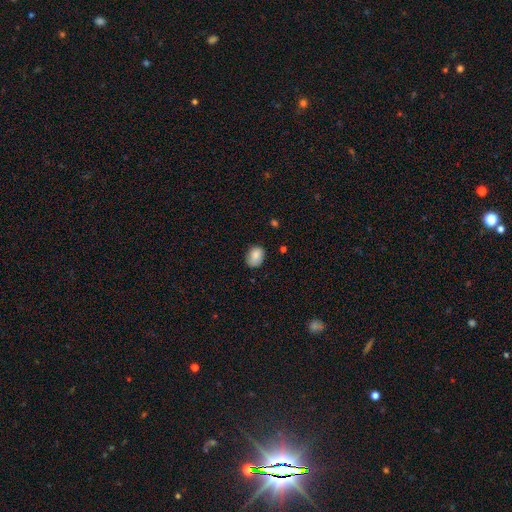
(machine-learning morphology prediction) Smooth or featured?
  - smooth: 85% *
  - star or artifact: 8%
  - featured or disk: 7%
How rounded?
  - in between: 64% *
  - round: 35%
  - cigar-shaped: 1%
Merging?
  - none: 71% *
  - minor disturbance: 23%
  - major disturbance: 4%
  - merger: 2%